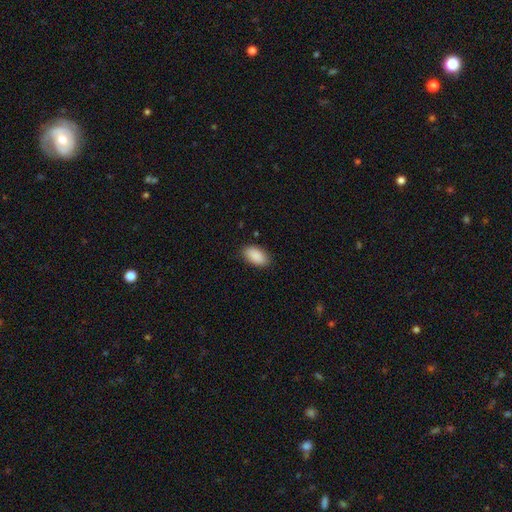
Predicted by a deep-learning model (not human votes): smooth_or_featured: smooth (p=0.90) [alt: star or artifact p=0.06]
how_rounded: in between (p=0.95) [alt: round p=0.03]
merging: none (p=0.85) [alt: minor disturbance p=0.11]